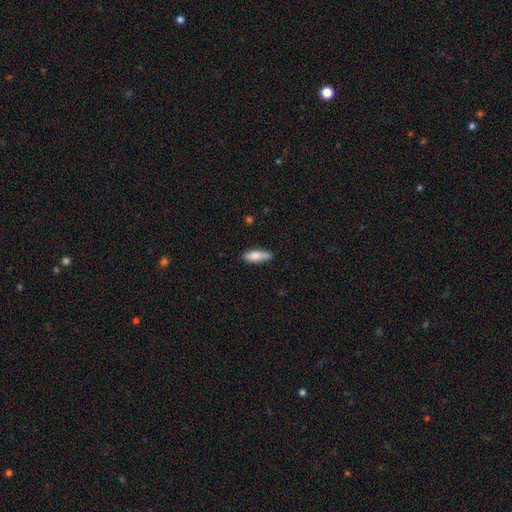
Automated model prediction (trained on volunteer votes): smooth_or_featured: smooth (p=0.82) [alt: featured or disk p=0.11]
how_rounded: in between (p=0.57) [alt: cigar-shaped p=0.41]
merging: none (p=0.78) [alt: minor disturbance p=0.17]